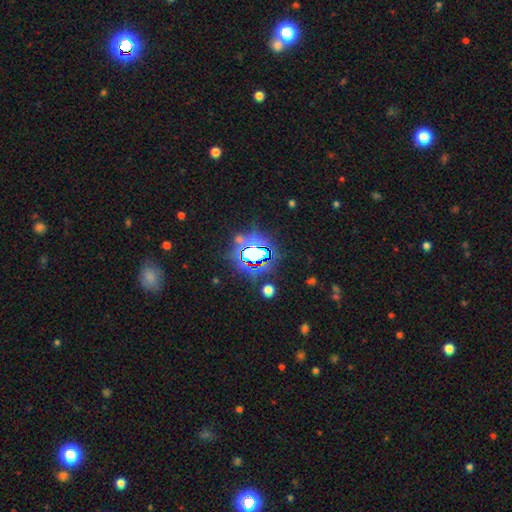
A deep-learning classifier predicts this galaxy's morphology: smooth-or-featured: star or artifact: 76% | smooth: 15% | featured or disk: 9%